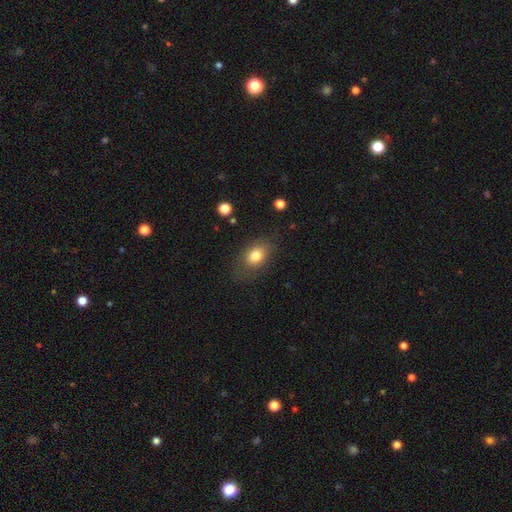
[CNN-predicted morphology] smooth 79%, featured or disk 12%, star or artifact 9%. Down the decision tree: how rounded — in between (76%); merging — none (72%).